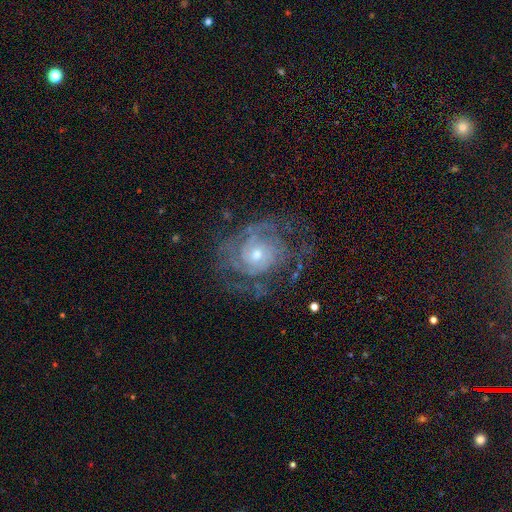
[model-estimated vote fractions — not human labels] smooth_or_featured: featured or disk (p=0.81) [alt: smooth p=0.10]
disk_edge_on: no (p=0.97) [alt: yes p=0.03]
bar: no (p=0.77) [alt: weak p=0.19]
has_spiral_arms: yes (p=0.87) [alt: no p=0.13]
spiral_winding: tight (p=0.63) [alt: medium p=0.28]
spiral_arm_count: can't tell (p=0.43) [alt: 2 p=0.25]
bulge_size: small (p=0.50) [alt: moderate p=0.44]
merging: none (p=0.64) [alt: minor disturbance p=0.18]